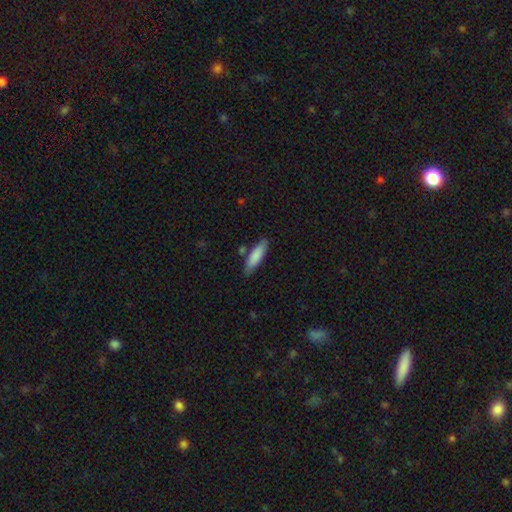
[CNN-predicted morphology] smooth 84%, featured or disk 11%, star or artifact 6%. Down the decision tree: how rounded — cigar-shaped (63%); merging — none (79%).